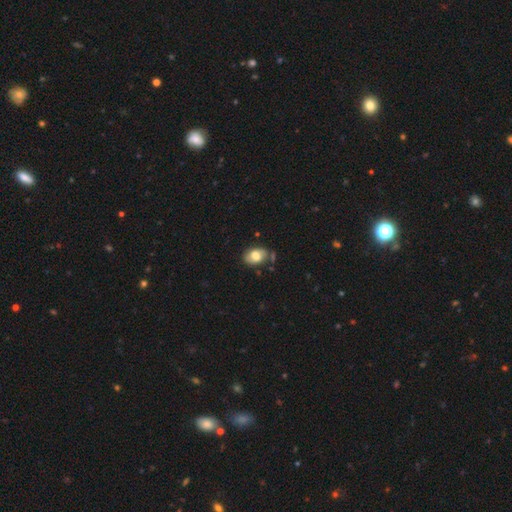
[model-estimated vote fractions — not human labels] Smooth or featured? Predicted: smooth (p=0.70). How rounded? Predicted: in between (p=0.78). Merging? Predicted: none (p=0.62).